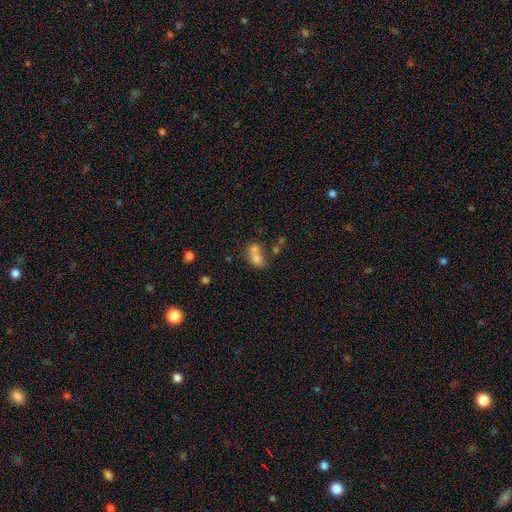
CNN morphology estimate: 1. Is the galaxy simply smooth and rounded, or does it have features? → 70% smooth, 17% featured or disk, 12% star or artifact.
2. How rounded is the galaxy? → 73% in between, 21% round, 6% cigar-shaped.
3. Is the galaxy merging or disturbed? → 59% merger, 24% none, 10% minor disturbance, 7% major disturbance.